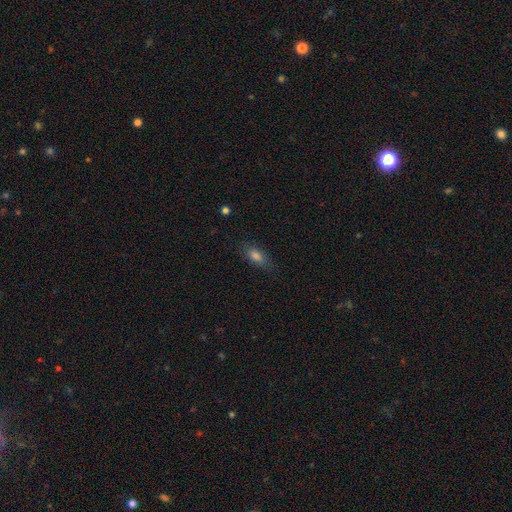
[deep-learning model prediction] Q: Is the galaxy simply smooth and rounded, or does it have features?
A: smooth — 76%.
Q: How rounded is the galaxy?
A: in between — 75%.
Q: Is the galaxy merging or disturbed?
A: none — 77%.